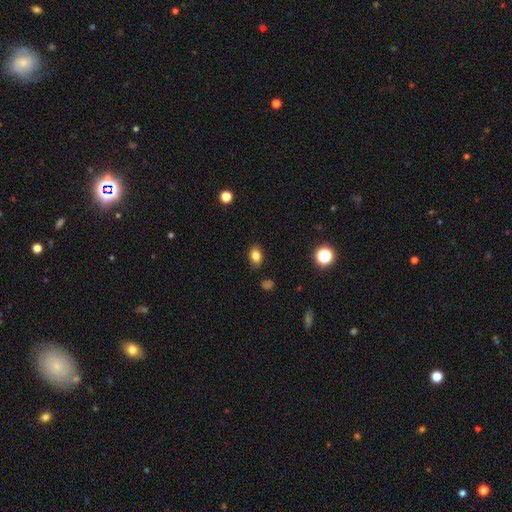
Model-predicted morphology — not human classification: This appears to be a smooth galaxy with no disk features (81%) that is in between round and cigar-shaped (78%). Merging: none (84%).